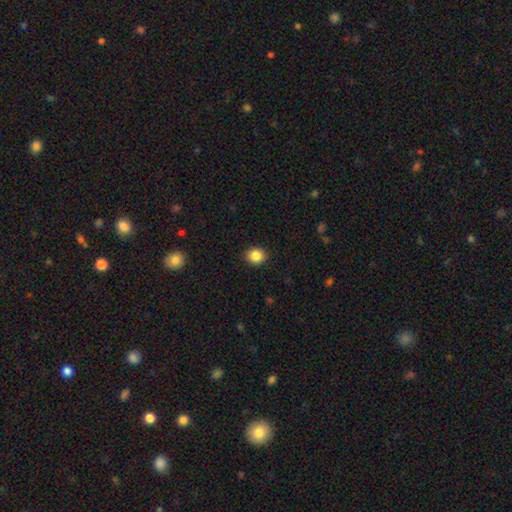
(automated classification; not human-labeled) Smooth or featured: smooth — 86% (star or artifact — 10%)
How rounded: round — 74% (in between — 25%)
Merging: none — 90% (minor disturbance — 7%)